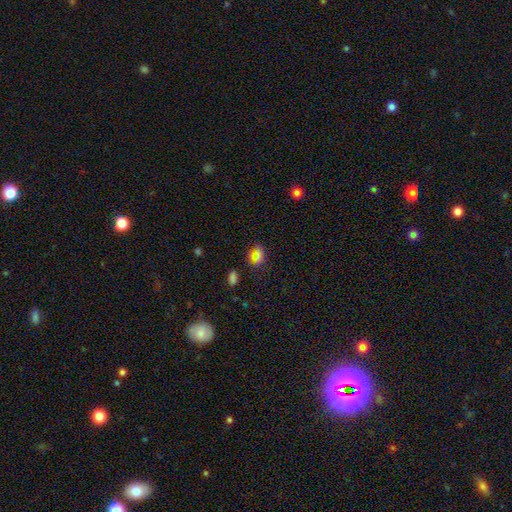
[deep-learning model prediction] Q: Smooth or featured?
A: smooth (67%); runner-up: star or artifact (24%)
Q: How rounded?
A: in between (59%); runner-up: round (38%)
Q: Merging?
A: none (75%); runner-up: minor disturbance (16%)